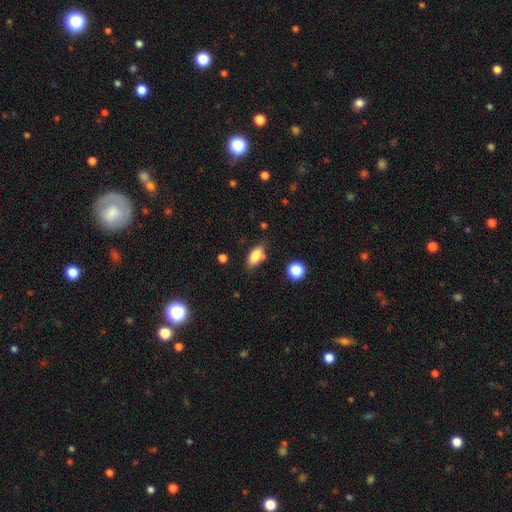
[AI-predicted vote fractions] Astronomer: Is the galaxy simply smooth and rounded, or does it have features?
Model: smooth — 82%.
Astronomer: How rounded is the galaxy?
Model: in between — 84%.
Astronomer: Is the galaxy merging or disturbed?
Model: none — 71%.